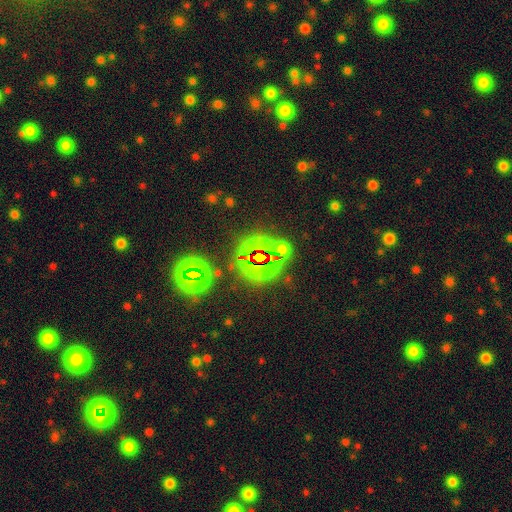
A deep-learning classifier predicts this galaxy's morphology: smooth_or_featured: star or artifact (p=0.77) [alt: smooth p=0.15]